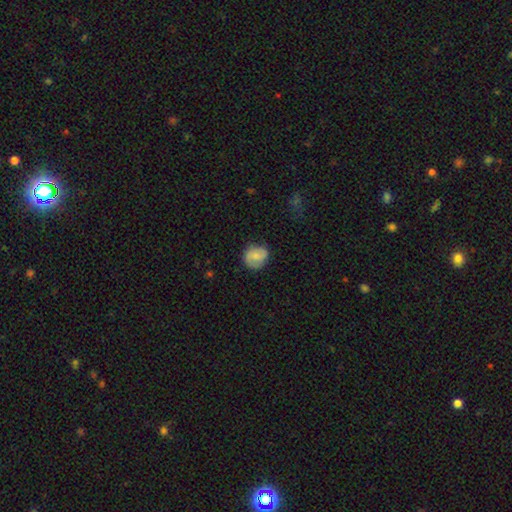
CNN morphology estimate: A smooth galaxy with no disk features (72%) that is round (77%). Merging: none (72%).